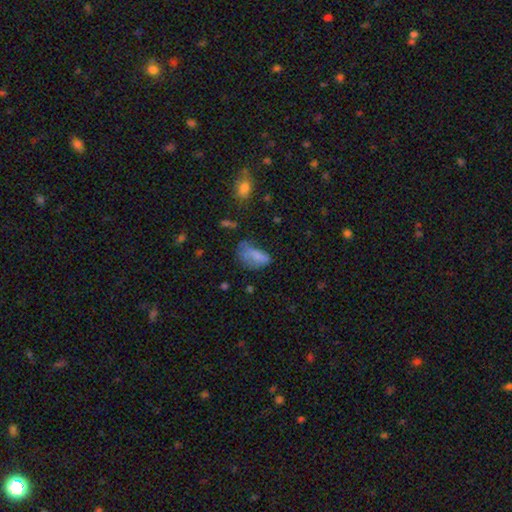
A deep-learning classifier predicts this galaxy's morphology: This appears to be a smooth galaxy with no disk features (72%) that is in between round and cigar-shaped (87%). Merging: major disturbance (32%, tied with minor disturbance).